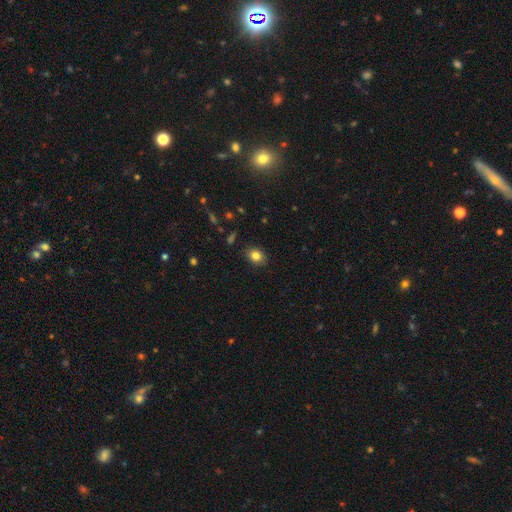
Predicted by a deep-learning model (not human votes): smooth 82%, star or artifact 10%, featured or disk 8%. Down the decision tree: how rounded — in between (54%); merging — none (87%).